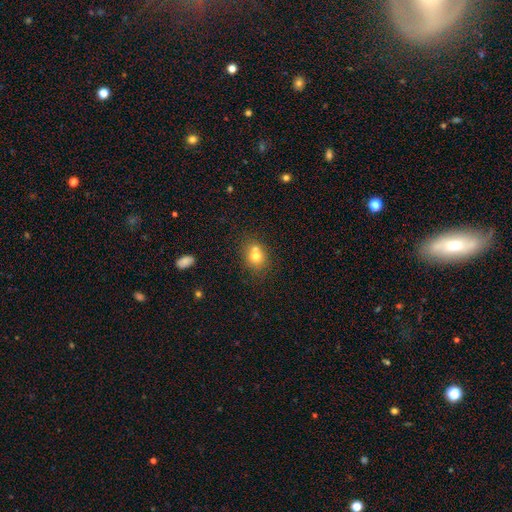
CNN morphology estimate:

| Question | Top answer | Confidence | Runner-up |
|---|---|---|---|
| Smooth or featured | smooth | 71% | featured or disk (16%) |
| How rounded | round | 70% | in between (29%) |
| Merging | none | 49% | merger (37%) |